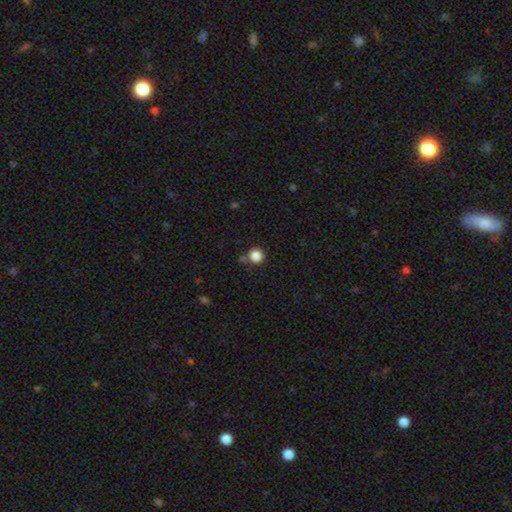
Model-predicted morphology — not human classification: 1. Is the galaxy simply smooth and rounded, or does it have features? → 85% smooth, 11% star or artifact, 3% featured or disk.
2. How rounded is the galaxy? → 94% round, 5% in between, 1% cigar-shaped.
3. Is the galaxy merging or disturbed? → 80% none, 9% minor disturbance, 8% merger, 3% major disturbance.